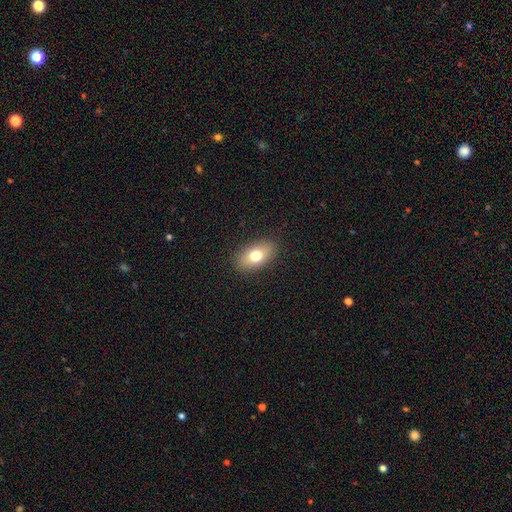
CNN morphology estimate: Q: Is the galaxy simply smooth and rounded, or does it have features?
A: smooth — 74%.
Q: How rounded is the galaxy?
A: in between — 89%.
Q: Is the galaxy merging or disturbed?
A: none — 88%.